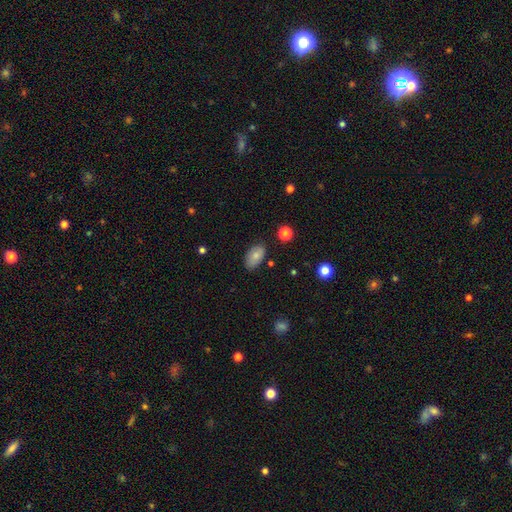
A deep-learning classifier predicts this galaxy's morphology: smooth-or-featured: smooth: 77% | featured or disk: 15% | star or artifact: 8%
  how-rounded: in between: 92% | round: 6% | cigar-shaped: 2%
  merging: none: 79% | minor disturbance: 16% | major disturbance: 3% | merger: 2%